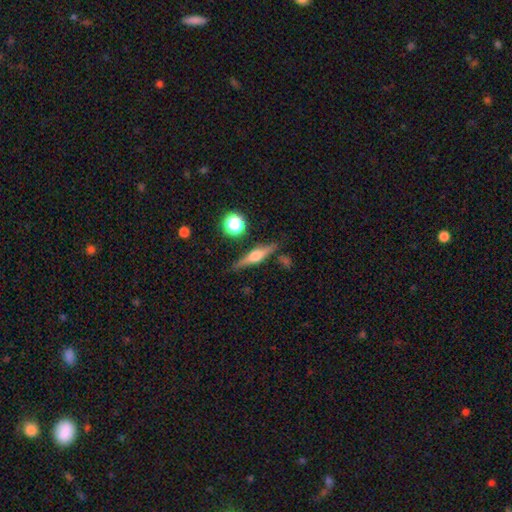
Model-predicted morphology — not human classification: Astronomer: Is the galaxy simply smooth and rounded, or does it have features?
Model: featured or disk — 68%.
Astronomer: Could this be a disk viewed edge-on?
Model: yes — 97%.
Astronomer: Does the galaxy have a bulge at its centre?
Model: rounded — 90%.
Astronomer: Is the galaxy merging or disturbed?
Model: none — 85%.